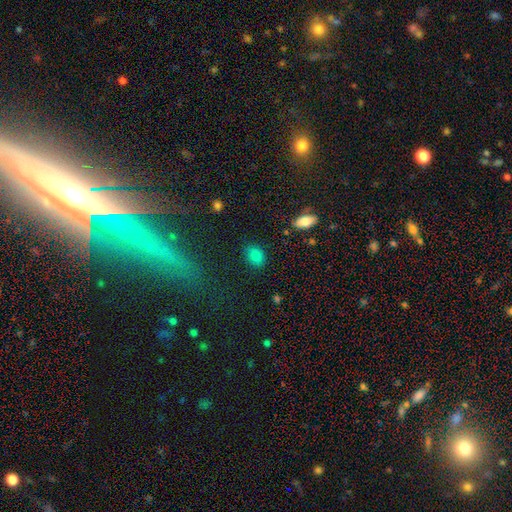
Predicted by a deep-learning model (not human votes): A smooth galaxy with no disk features (84%) that is in between round and cigar-shaped (79%). Merging: none (82%).